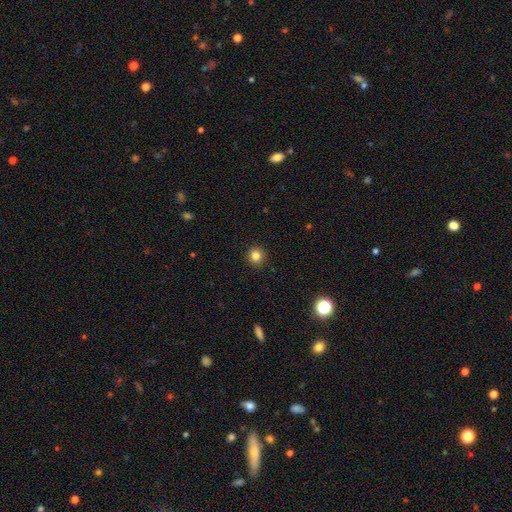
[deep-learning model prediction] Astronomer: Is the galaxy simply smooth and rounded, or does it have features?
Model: smooth — 82%.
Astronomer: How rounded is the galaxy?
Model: round — 93%.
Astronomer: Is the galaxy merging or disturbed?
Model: none — 92%.